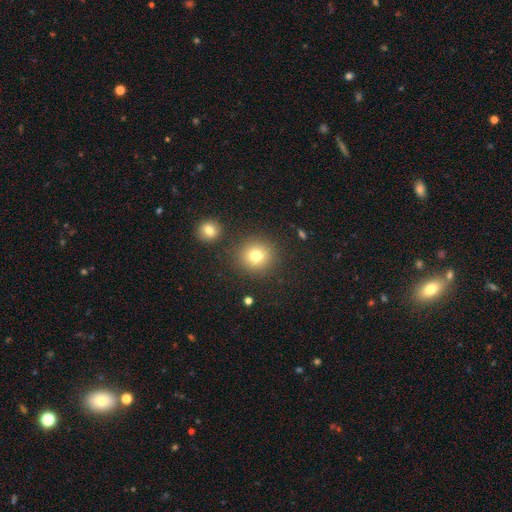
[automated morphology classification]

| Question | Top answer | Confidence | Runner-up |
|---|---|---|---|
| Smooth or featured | smooth | 77% | star or artifact (14%) |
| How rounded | round | 91% | in between (8%) |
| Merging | none | 85% | minor disturbance (7%) |